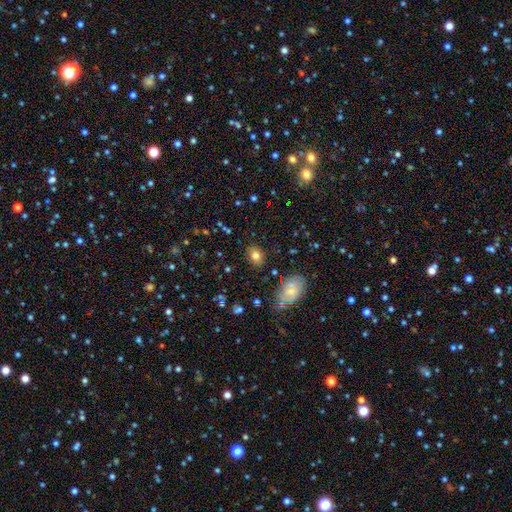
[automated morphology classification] This is likely a smooth galaxy (79%). How rounded: likely in between (67%). Merging: clearly none (84%).